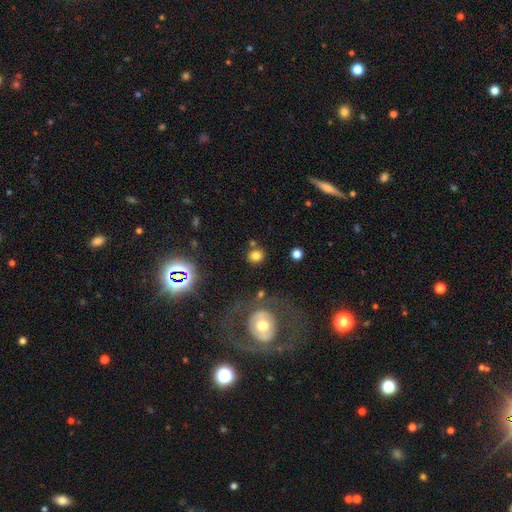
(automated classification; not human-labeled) smooth_or_featured: smooth (p=0.76) [alt: star or artifact p=0.16]
how_rounded: round (p=0.76) [alt: in between p=0.23]
merging: none (p=0.76) [alt: minor disturbance p=0.10]